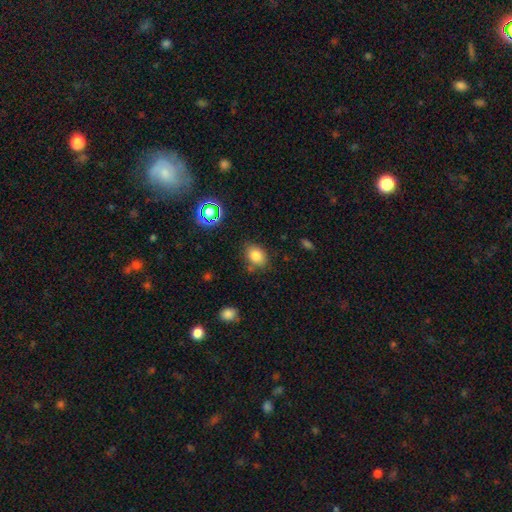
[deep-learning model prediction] Smooth or featured: smooth — 80% (star or artifact — 13%)
How rounded: in between — 65% (round — 34%)
Merging: none — 75% (minor disturbance — 15%)